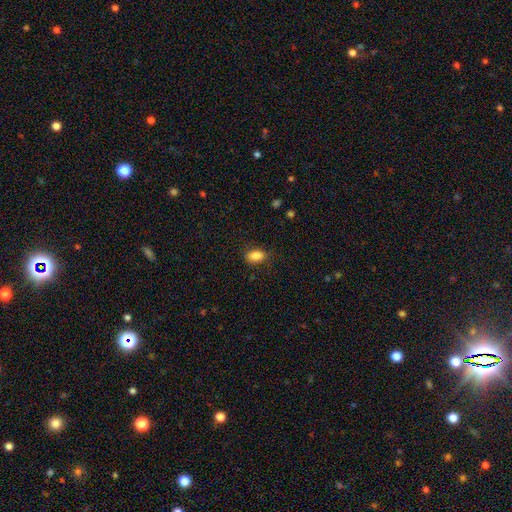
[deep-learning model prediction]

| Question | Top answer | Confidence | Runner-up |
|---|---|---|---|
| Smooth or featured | smooth | 87% | star or artifact (9%) |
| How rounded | in between | 87% | round (10%) |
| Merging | none | 81% | minor disturbance (14%) |